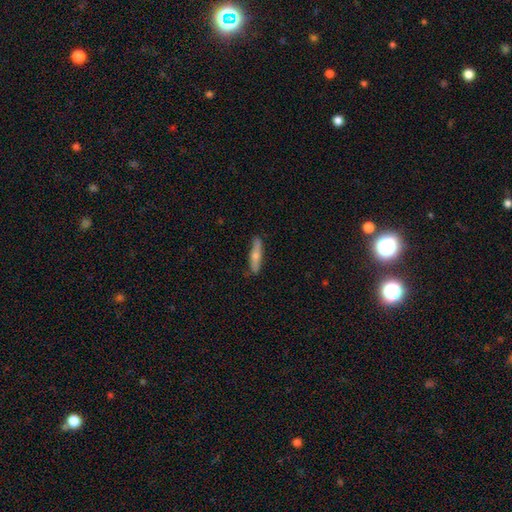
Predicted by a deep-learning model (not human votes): smooth 57%, featured or disk 37%, star or artifact 6%. Down the decision tree: how rounded — cigar-shaped (82%); merging — none (86%).